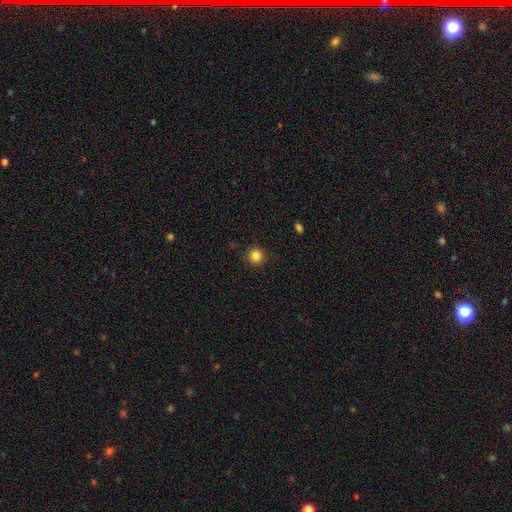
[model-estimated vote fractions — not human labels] smooth-or-featured: smooth: 84% | star or artifact: 12% | featured or disk: 4%
  how-rounded: round: 93% | in between: 6% | cigar-shaped: 1%
  merging: none: 91% | minor disturbance: 6% | major disturbance: 2% | merger: 1%